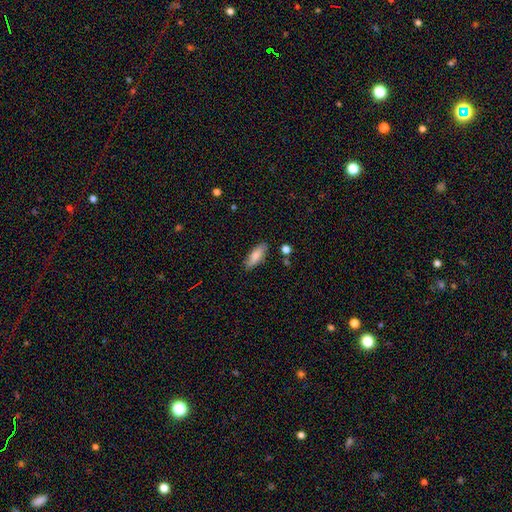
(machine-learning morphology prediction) This is likely a smooth galaxy (80%). How rounded: likely in between (70%). Merging: clearly none (85%).